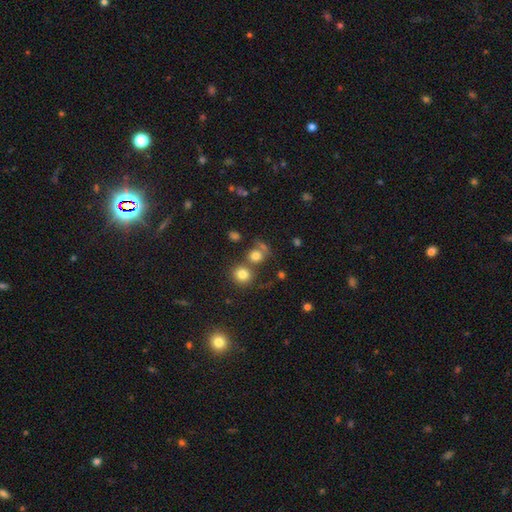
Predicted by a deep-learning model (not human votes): Smooth or featured?
  - smooth: 74% *
  - star or artifact: 15%
  - featured or disk: 11%
How rounded?
  - round: 81% *
  - in between: 17%
  - cigar-shaped: 1%
Merging?
  - none: 50% *
  - merger: 31%
  - minor disturbance: 11%
  - major disturbance: 8%